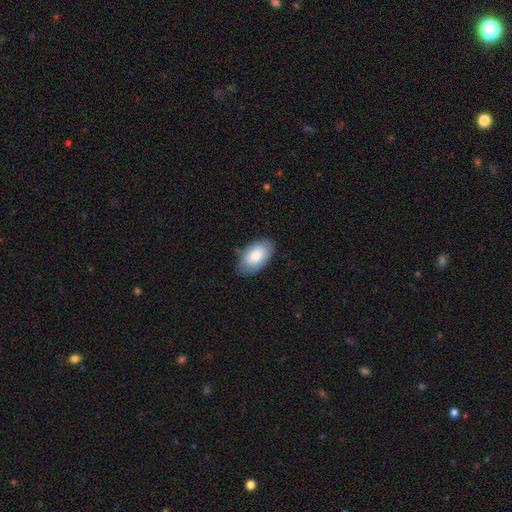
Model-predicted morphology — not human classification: Smooth or featured? Predicted: smooth (p=0.84). How rounded? Predicted: in between (p=0.95). Merging? Predicted: none (p=0.77).